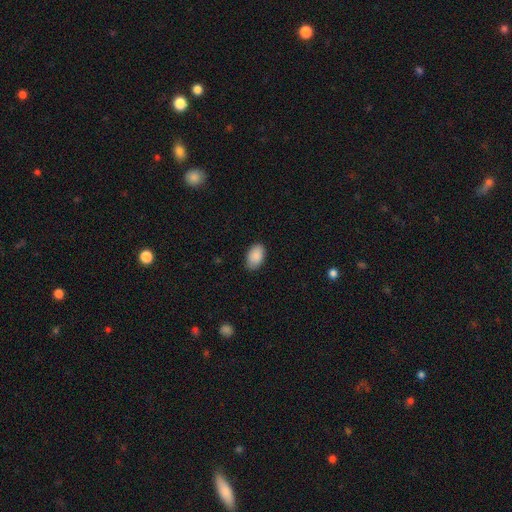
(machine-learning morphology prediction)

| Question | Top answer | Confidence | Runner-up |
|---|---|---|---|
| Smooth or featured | smooth | 90% | star or artifact (7%) |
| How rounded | in between | 93% | round (6%) |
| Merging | none | 86% | minor disturbance (11%) |